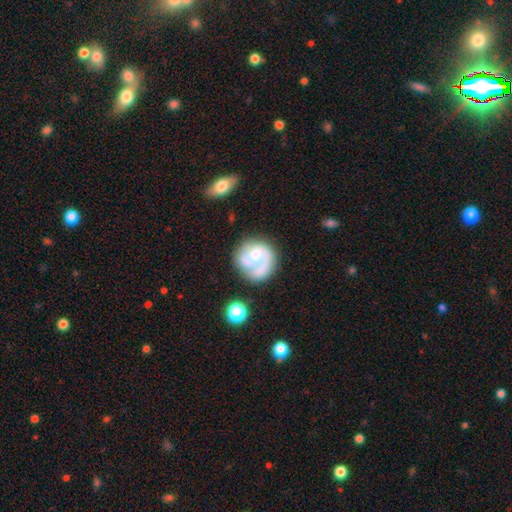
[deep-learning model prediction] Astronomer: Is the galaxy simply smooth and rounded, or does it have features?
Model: featured or disk — 64%.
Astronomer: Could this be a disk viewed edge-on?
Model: no — 98%.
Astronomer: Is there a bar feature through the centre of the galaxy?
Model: no — 75%.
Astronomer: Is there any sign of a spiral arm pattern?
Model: yes — 74%.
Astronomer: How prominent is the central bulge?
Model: moderate — 47% (runner-up: small, 37%).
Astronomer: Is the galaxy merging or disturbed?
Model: none — 51%.